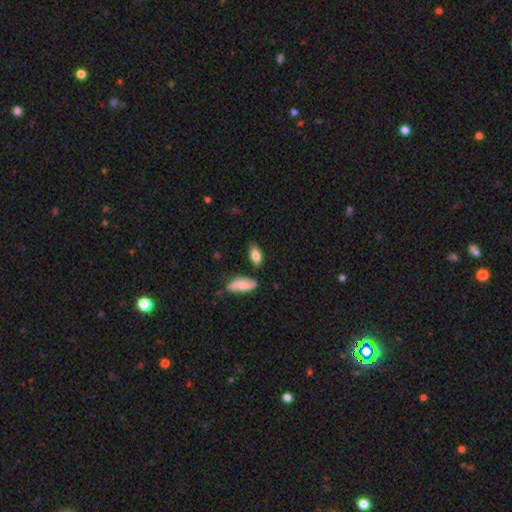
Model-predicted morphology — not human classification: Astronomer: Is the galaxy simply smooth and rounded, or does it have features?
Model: smooth — 77%.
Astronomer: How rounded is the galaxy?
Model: in between — 86%.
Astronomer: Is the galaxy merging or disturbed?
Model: none — 70%.